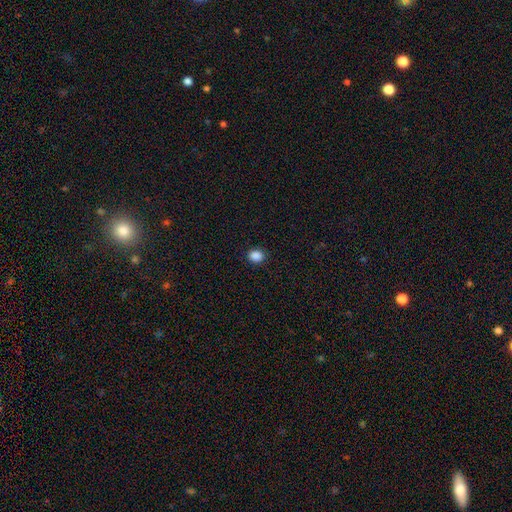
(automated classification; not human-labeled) The model was most divided on "how rounded": round: 67%, in between: 32%, cigar-shaped: 1%. More confident: merging — none (91%); smooth or featured — smooth (87%).